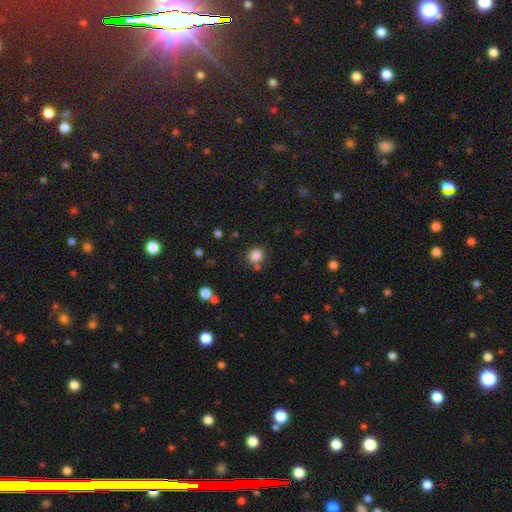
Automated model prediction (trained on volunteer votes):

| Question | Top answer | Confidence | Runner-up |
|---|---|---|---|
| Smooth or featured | smooth | 84% | star or artifact (11%) |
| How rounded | round | 83% | in between (16%) |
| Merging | none | 77% | minor disturbance (10%) |